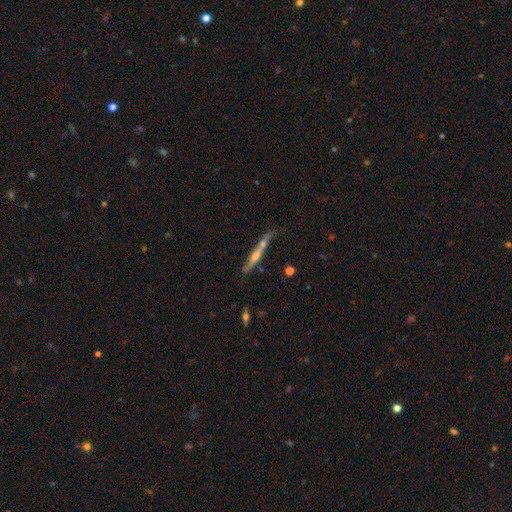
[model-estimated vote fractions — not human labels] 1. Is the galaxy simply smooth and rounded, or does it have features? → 70% featured or disk, 22% smooth, 7% star or artifact.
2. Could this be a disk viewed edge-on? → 94% yes, 6% no.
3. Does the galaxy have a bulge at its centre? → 72% rounded, 17% none, 11% boxy.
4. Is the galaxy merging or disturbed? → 64% none, 19% minor disturbance, 11% merger, 7% major disturbance.